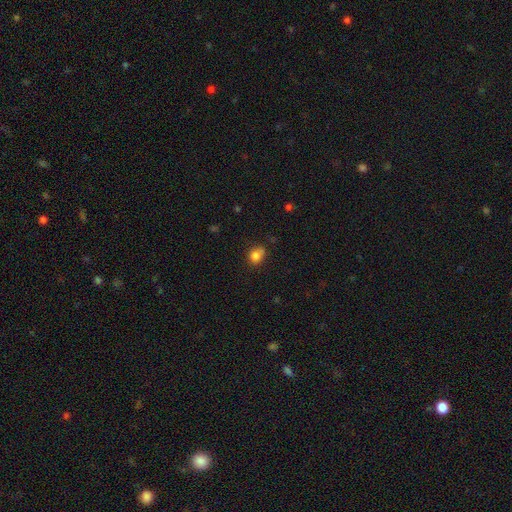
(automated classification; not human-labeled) Smooth or featured?
  - smooth: 81% *
  - star or artifact: 11%
  - featured or disk: 7%
How rounded?
  - round: 55% *
  - in between: 44%
  - cigar-shaped: 1%
Merging?
  - none: 56% *
  - minor disturbance: 28%
  - merger: 8%
  - major disturbance: 8%